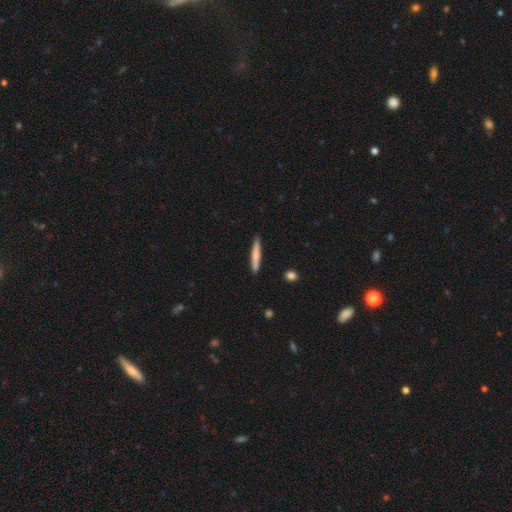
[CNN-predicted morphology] type=smooth (72%); roundness=cigar-shaped (94%); merging=none (89%).